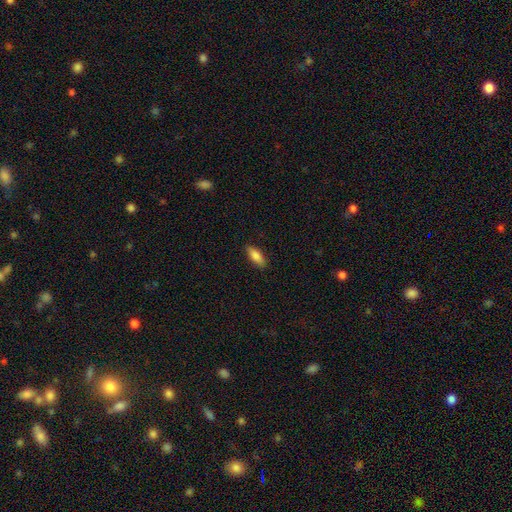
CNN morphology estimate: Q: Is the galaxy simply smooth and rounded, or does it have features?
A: smooth — 85%.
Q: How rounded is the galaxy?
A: in between — 75%.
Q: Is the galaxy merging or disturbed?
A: none — 86%.